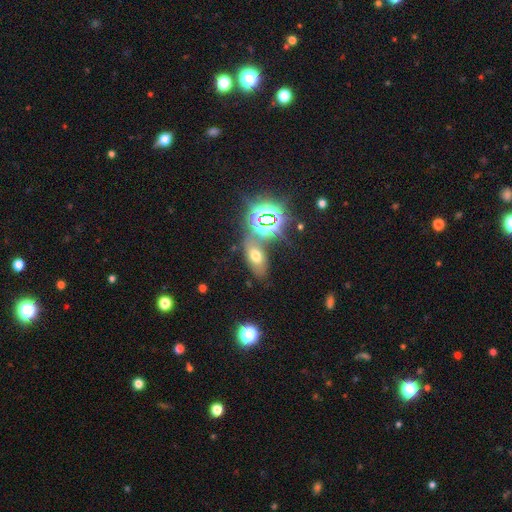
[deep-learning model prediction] smooth 49%, star or artifact 34%, featured or disk 18%. Down the decision tree: merging — none (59%).